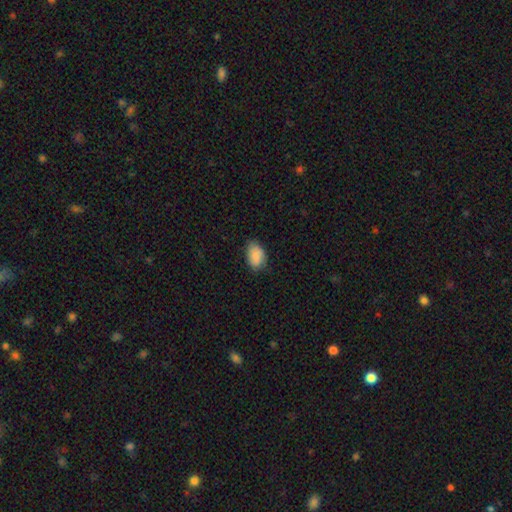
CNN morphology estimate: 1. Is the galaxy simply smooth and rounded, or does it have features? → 87% smooth, 7% star or artifact, 6% featured or disk.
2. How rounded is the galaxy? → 89% in between, 10% round, 1% cigar-shaped.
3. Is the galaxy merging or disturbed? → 71% none, 24% minor disturbance, 4% major disturbance, 1% merger.